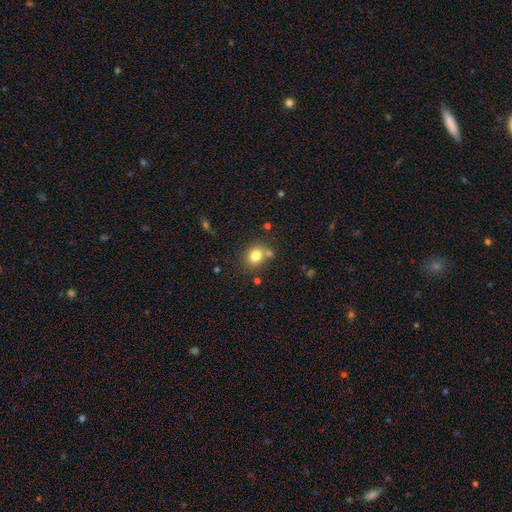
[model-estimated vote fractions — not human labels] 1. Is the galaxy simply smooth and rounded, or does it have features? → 79% smooth, 12% star or artifact, 9% featured or disk.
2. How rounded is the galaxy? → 70% round, 29% in between, 1% cigar-shaped.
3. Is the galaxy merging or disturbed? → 68% none, 16% merger, 13% minor disturbance, 4% major disturbance.